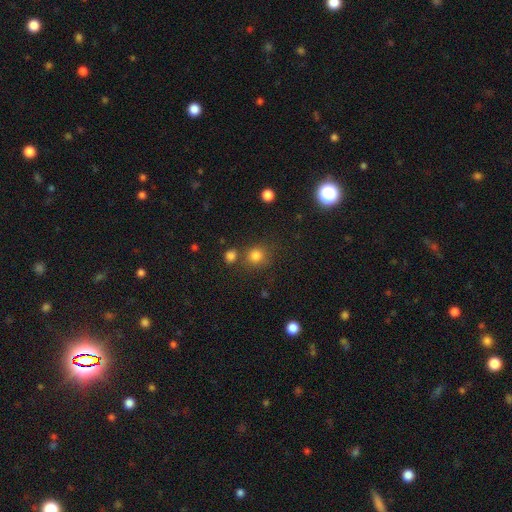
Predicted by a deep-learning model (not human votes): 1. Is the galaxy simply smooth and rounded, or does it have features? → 80% smooth, 15% star or artifact, 6% featured or disk.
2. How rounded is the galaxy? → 87% round, 12% in between, 1% cigar-shaped.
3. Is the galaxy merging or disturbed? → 72% none, 13% merger, 11% minor disturbance, 4% major disturbance.